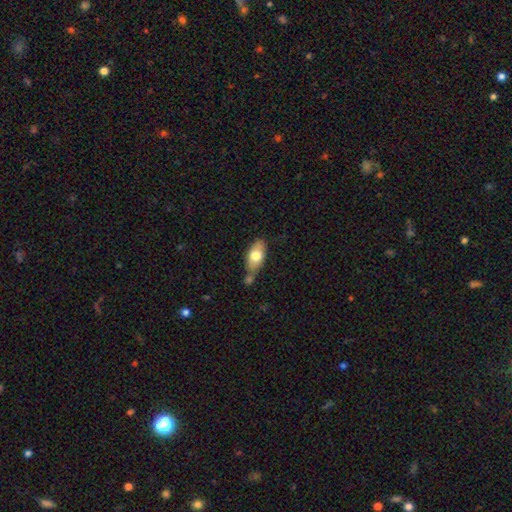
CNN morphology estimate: Overall: smooth (68%). How rounded: in between (87%). Merging: none (55%; merger 20%).